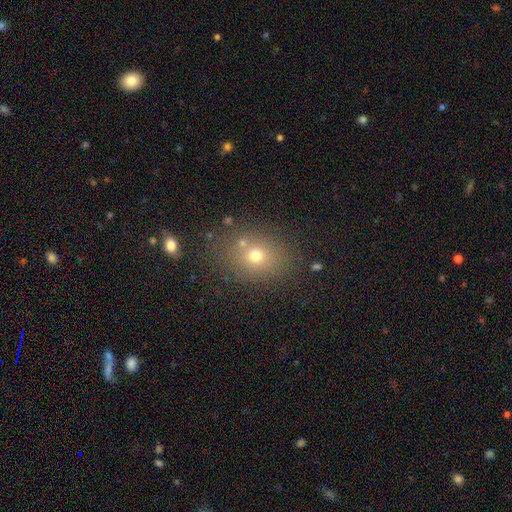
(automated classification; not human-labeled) Overall: smooth (67%). How rounded: round (50%; in between 48%). Merging: none (75%).